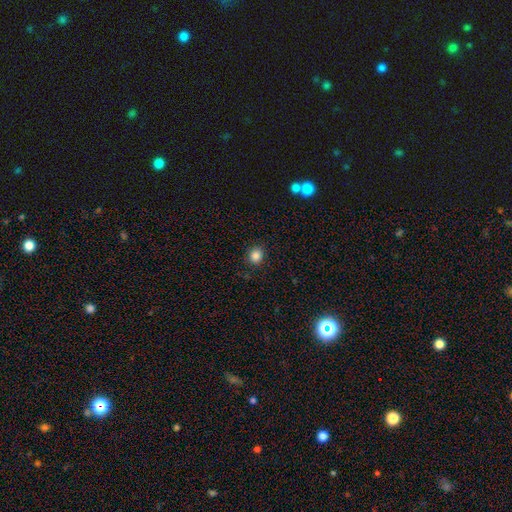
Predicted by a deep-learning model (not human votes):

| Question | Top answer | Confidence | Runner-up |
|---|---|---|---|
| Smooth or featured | smooth | 85% | star or artifact (11%) |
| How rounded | round | 80% | in between (20%) |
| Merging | none | 90% | minor disturbance (7%) |